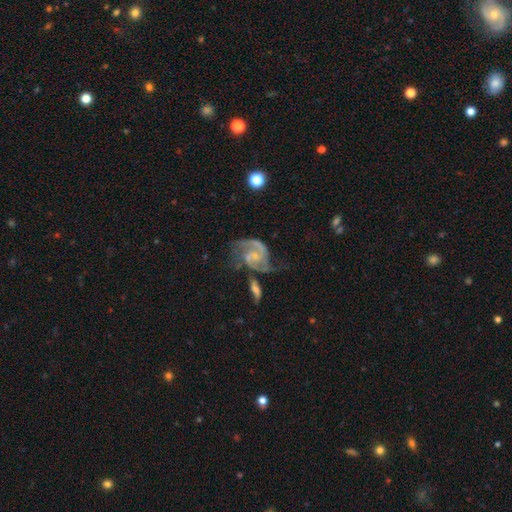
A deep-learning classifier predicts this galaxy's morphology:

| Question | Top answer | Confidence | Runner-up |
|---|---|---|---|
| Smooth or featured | featured or disk | 87% | star or artifact (7%) |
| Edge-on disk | no | 98% | yes (2%) |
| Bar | no | 55% | weak (36%) |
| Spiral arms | yes | 96% | no (4%) |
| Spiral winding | medium | 54% | tight (26%) |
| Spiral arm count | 2 | 85% | can't tell (5%) |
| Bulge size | small | 62% | moderate (21%) |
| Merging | none | 49% | minor disturbance (20%) |